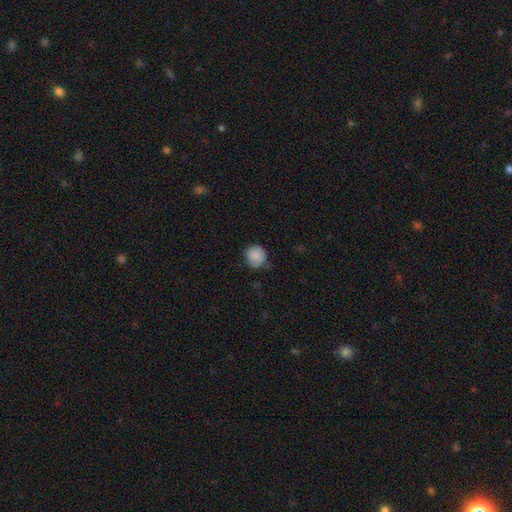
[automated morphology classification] This is clearly a smooth galaxy (86%). How rounded: clearly round (88%). Merging: likely none (72%).